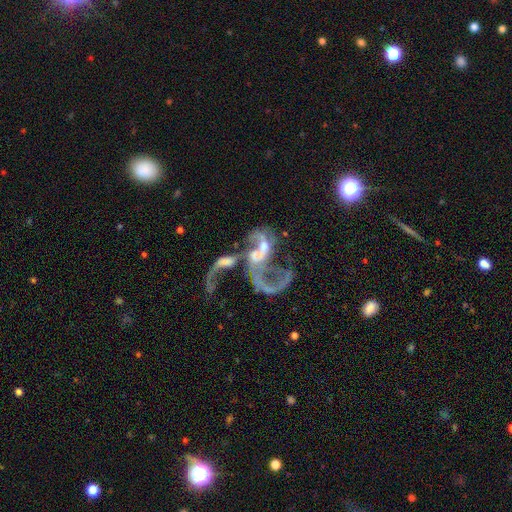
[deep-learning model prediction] This is likely a featured or disk galaxy (75%). It is clearly not viewed edge-on (96%). Bar: likely no (62%). Spiral arm pattern: likely yes (64%). Central bulge: marginally moderate (34%). Merging: likely merger (70%).